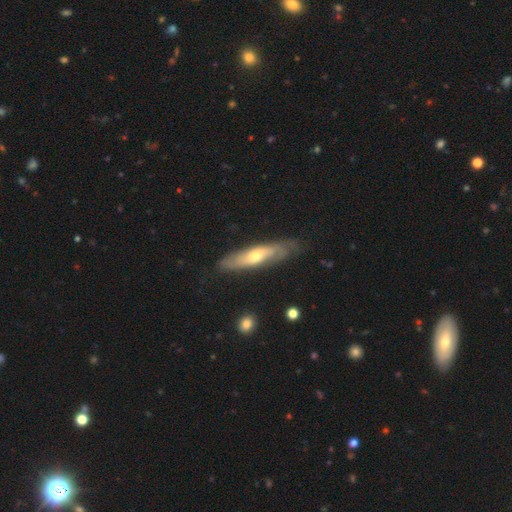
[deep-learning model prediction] The model was most divided on "edge-on disk": no: 51%, yes: 49%. More confident: merging — none (74%); smooth or featured — featured or disk (60%).